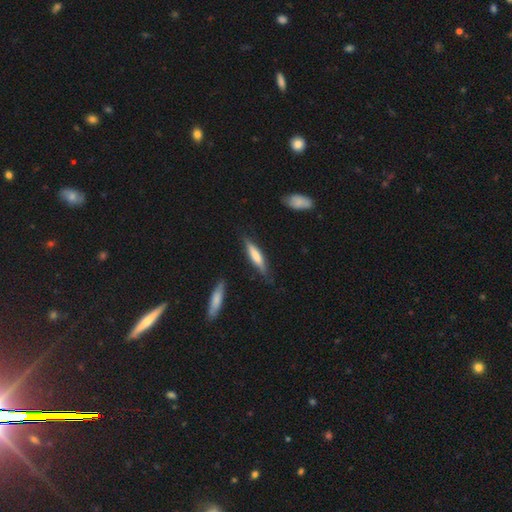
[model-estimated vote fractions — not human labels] Q: Smooth or featured?
A: smooth (61%); runner-up: featured or disk (33%)
Q: How rounded?
A: cigar-shaped (81%); runner-up: in between (17%)
Q: Merging?
A: none (78%); runner-up: minor disturbance (16%)